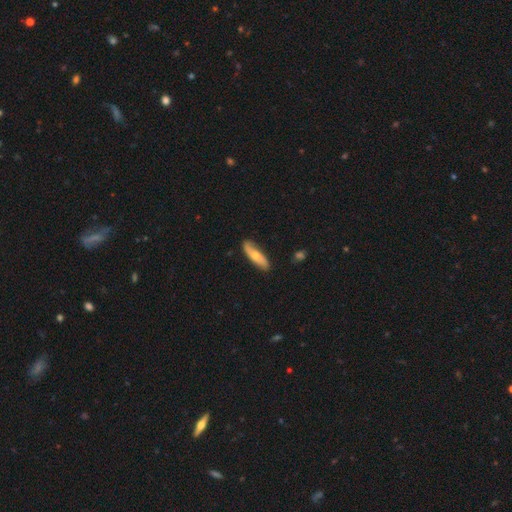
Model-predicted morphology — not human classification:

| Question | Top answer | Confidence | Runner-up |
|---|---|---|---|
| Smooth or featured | smooth | 59% | featured or disk (36%) |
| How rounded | cigar-shaped | 62% | in between (36%) |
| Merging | none | 79% | minor disturbance (17%) |